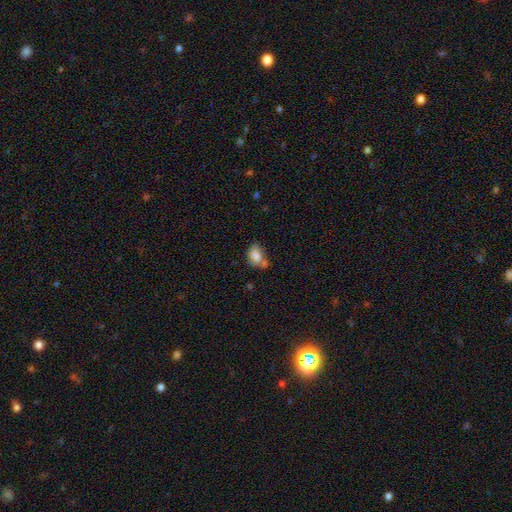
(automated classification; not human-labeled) The model was most divided on "merging": none: 36%, merger: 28%, minor disturbance: 25%, major disturbance: 11%. More confident: smooth or featured — smooth (77%); how rounded — in between (76%).